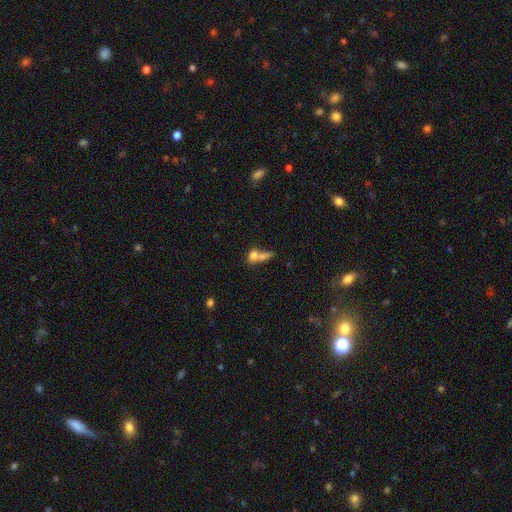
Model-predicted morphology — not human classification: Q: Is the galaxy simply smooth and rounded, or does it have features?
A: smooth — 71%.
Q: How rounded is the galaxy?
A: in between — 55%.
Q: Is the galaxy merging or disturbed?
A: merger — 65%.